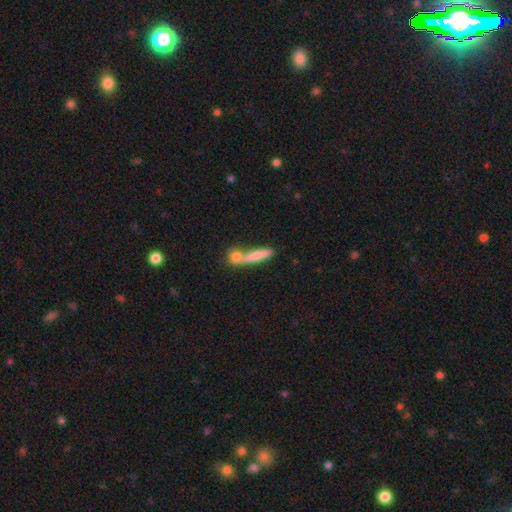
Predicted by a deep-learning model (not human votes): The model was most divided on "merging": none: 46%, merger: 40%, minor disturbance: 10%, major disturbance: 4%. More confident: how rounded — cigar-shaped (76%); smooth or featured — smooth (74%).